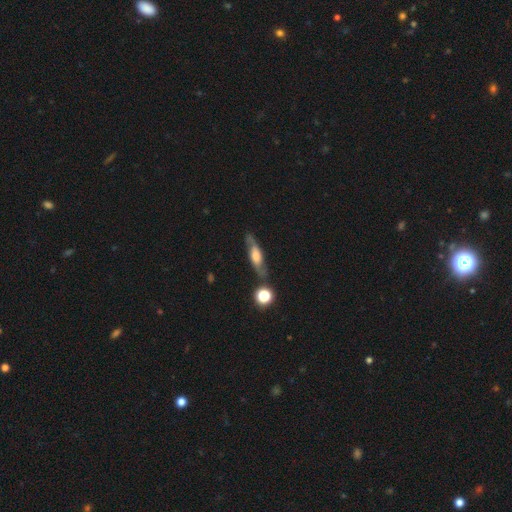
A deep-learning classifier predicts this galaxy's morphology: Smooth or featured: featured or disk — 59% (smooth — 33%)
Edge-on disk: yes — 55% (no — 45%)
Merging: none — 71% (minor disturbance — 17%)